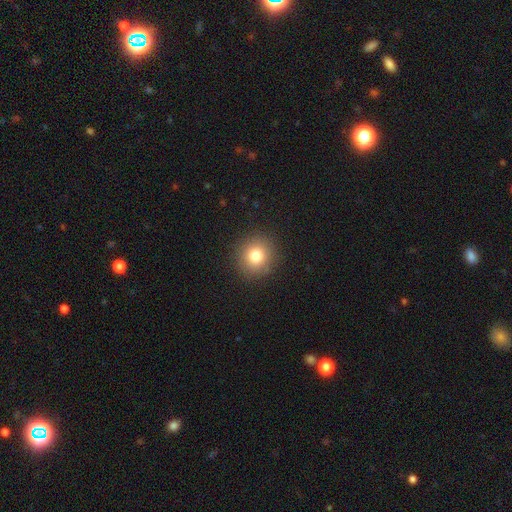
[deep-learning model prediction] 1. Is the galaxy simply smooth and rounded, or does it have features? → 81% smooth, 12% star or artifact, 8% featured or disk.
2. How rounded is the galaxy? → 90% round, 9% in between, 1% cigar-shaped.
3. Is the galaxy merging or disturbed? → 91% none, 6% minor disturbance, 2% major disturbance, 1% merger.